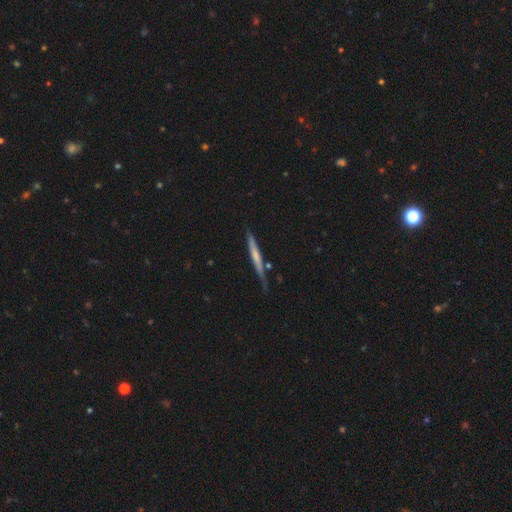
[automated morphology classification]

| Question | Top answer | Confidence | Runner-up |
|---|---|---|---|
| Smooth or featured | featured or disk | 51% | smooth (43%) |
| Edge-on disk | yes | 95% | no (5%) |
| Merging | none | 75% | minor disturbance (18%) |